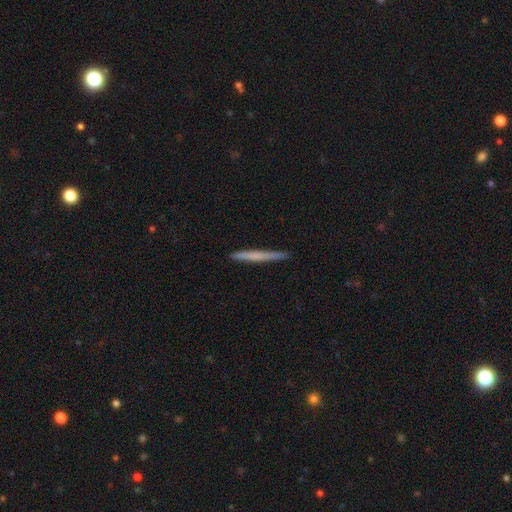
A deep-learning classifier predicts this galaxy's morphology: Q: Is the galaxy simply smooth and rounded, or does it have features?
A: smooth — 56%.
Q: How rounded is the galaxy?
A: cigar-shaped — 97%.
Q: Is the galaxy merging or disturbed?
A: none — 90%.